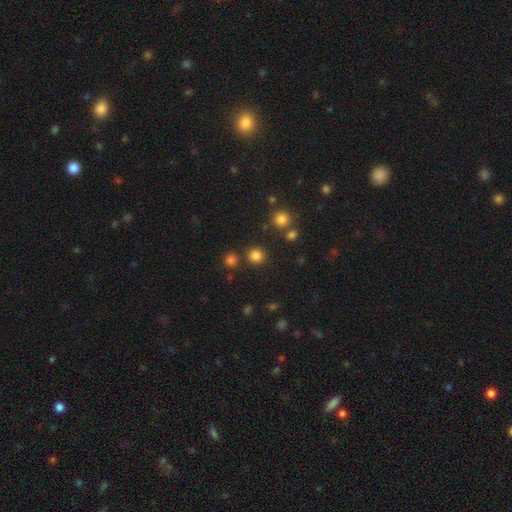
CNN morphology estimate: smooth_or_featured: smooth (p=0.81) [alt: star or artifact p=0.15]
how_rounded: round (p=0.92) [alt: in between p=0.07]
merging: none (p=0.85) [alt: merger p=0.06]